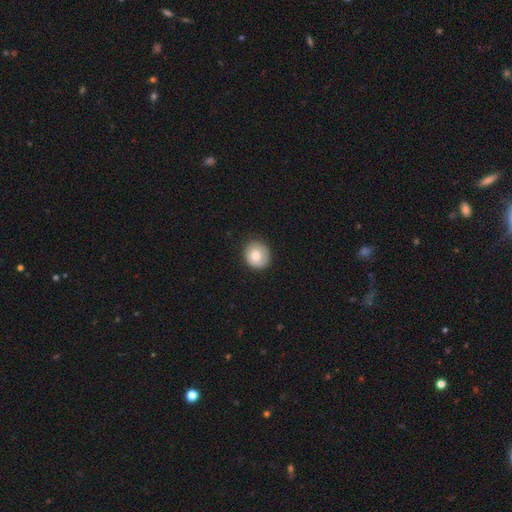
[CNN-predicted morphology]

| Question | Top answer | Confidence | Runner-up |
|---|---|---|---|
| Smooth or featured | smooth | 76% | featured or disk (16%) |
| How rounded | round | 89% | in between (10%) |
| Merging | none | 85% | minor disturbance (12%) |